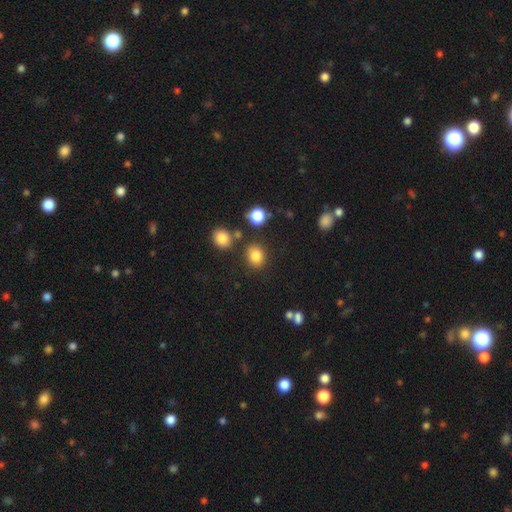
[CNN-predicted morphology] Q: Smooth or featured?
A: smooth (82%); runner-up: star or artifact (13%)
Q: How rounded?
A: round (58%); runner-up: in between (40%)
Q: Merging?
A: none (78%); runner-up: minor disturbance (11%)